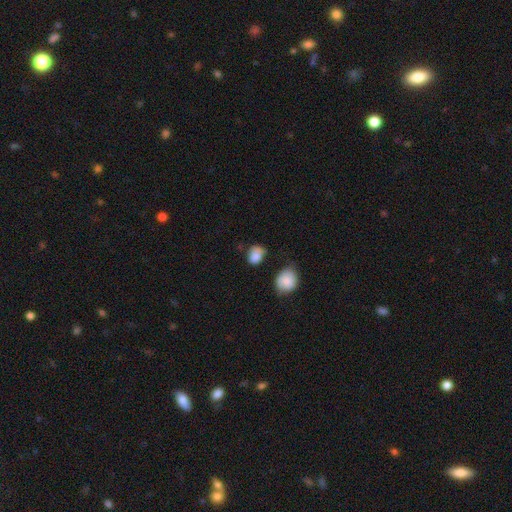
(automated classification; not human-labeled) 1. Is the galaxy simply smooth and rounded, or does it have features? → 83% smooth, 9% star or artifact, 8% featured or disk.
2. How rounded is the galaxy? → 53% in between, 46% round, 1% cigar-shaped.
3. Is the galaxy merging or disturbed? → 46% none, 34% minor disturbance, 12% major disturbance, 7% merger.